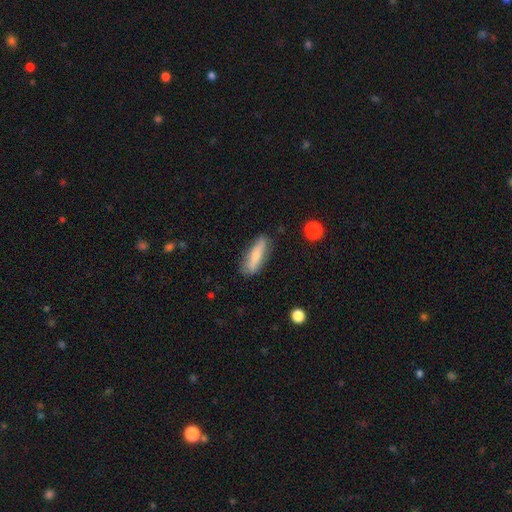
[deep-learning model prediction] This is likely a smooth galaxy (72%). How rounded: likely cigar-shaped (61%). Merging: likely none (78%).